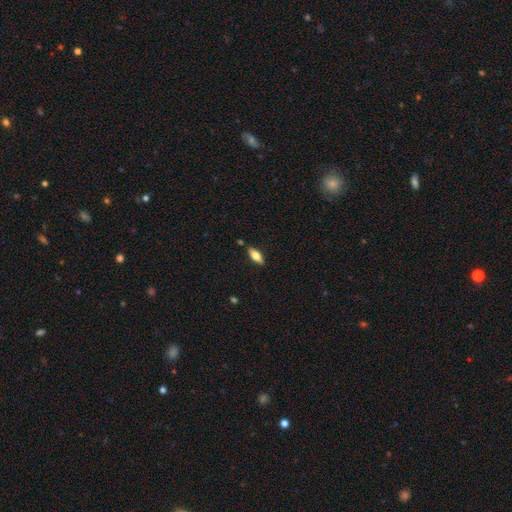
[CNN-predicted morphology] Smooth or featured? Predicted: smooth (p=0.64). How rounded? Predicted: in between (p=0.71). Merging? Predicted: none (p=0.86).